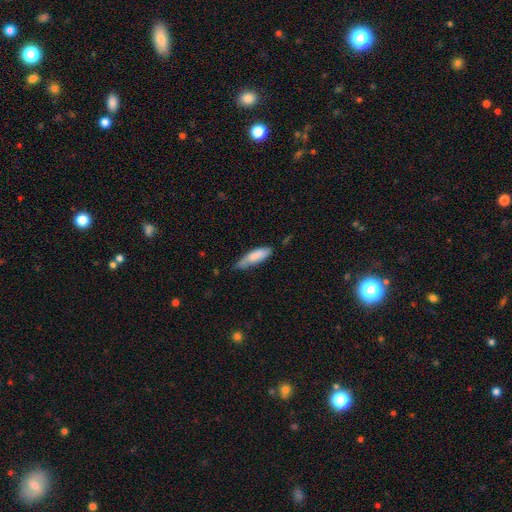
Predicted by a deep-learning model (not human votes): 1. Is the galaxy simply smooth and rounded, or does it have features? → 79% smooth, 15% featured or disk, 6% star or artifact.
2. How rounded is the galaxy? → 54% cigar-shaped, 45% in between, 1% round.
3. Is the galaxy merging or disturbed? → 54% none, 37% minor disturbance, 7% major disturbance, 2% merger.